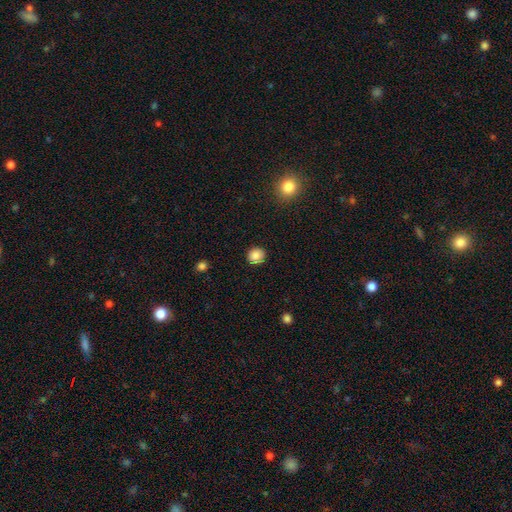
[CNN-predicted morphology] This is clearly a smooth galaxy (84%). How rounded: clearly round (91%). Merging: clearly none (90%).